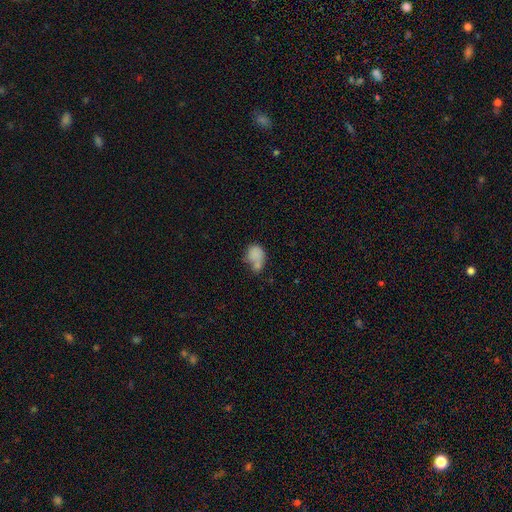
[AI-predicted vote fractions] Smooth or featured?
  - smooth: 78% *
  - featured or disk: 13%
  - star or artifact: 10%
How rounded?
  - in between: 57% *
  - round: 42%
  - cigar-shaped: 1%
Merging?
  - merger: 38% *
  - none: 31%
  - minor disturbance: 18%
  - major disturbance: 13%